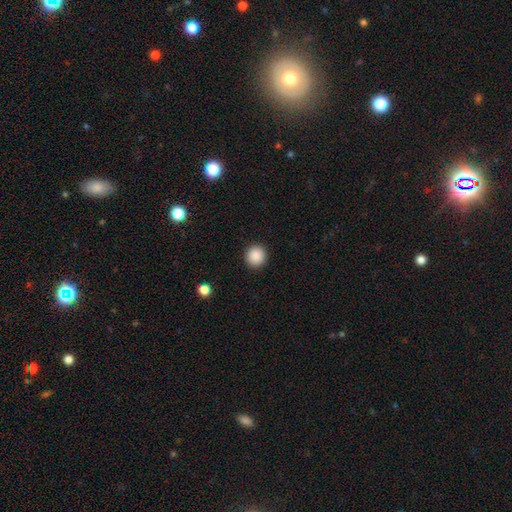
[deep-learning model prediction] Morphology: type=smooth (88%); roundness=round (93%); merging=none (92%).